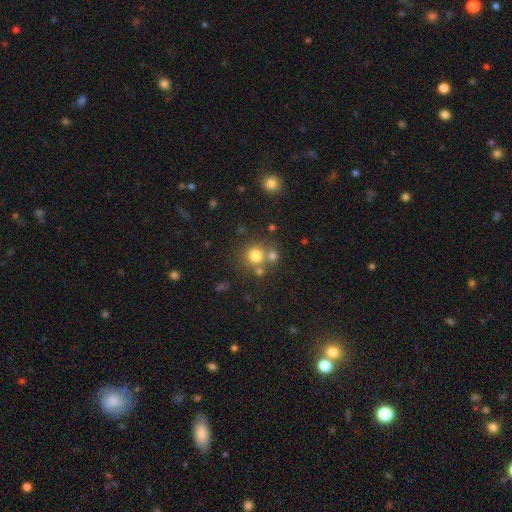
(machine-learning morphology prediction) The model was most divided on "merging": none: 61%, merger: 26%, minor disturbance: 9%, major disturbance: 4%. More confident: how rounded — round (88%); smooth or featured — smooth (76%).